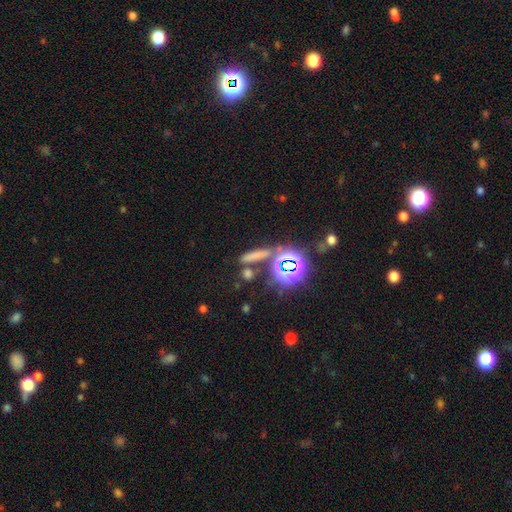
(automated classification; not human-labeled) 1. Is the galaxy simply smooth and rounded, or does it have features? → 59% smooth, 30% star or artifact, 11% featured or disk.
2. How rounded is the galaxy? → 67% cigar-shaped, 17% in between, 16% round.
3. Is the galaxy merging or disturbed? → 75% none, 12% merger, 9% minor disturbance, 4% major disturbance.